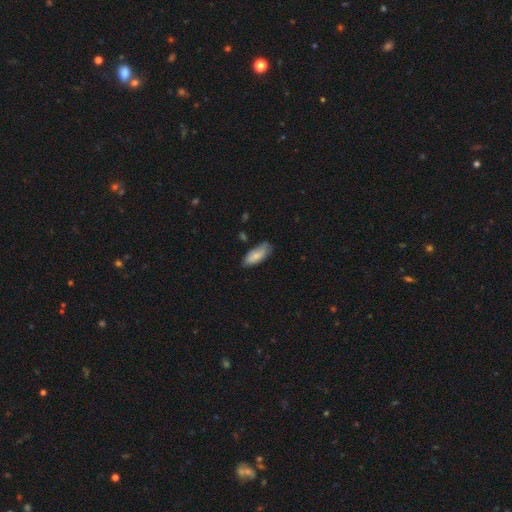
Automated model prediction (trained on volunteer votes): Smooth or featured?
  - smooth: 79% *
  - featured or disk: 15%
  - star or artifact: 6%
How rounded?
  - in between: 81% *
  - cigar-shaped: 17%
  - round: 2%
Merging?
  - none: 70% *
  - minor disturbance: 24%
  - major disturbance: 4%
  - merger: 2%